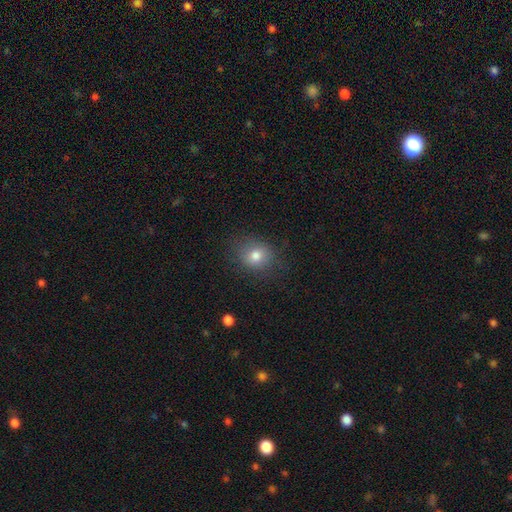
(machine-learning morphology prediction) Smooth or featured?
  - smooth: 77% *
  - star or artifact: 13%
  - featured or disk: 10%
How rounded?
  - round: 68% *
  - in between: 31%
  - cigar-shaped: 1%
Merging?
  - none: 82% *
  - minor disturbance: 13%
  - major disturbance: 4%
  - merger: 1%